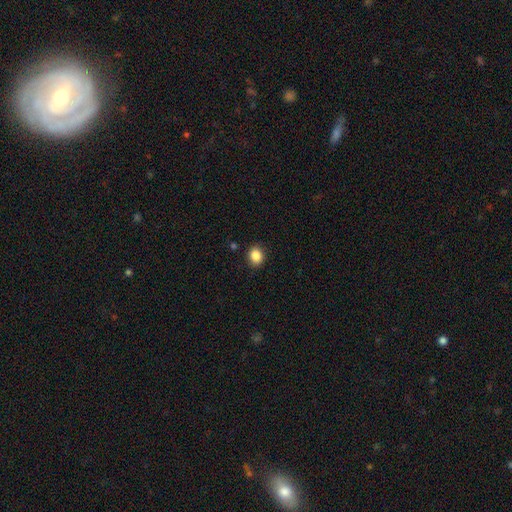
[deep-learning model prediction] Smooth or featured? smooth (87%)
How rounded? round (56%)
Merging? none (88%)